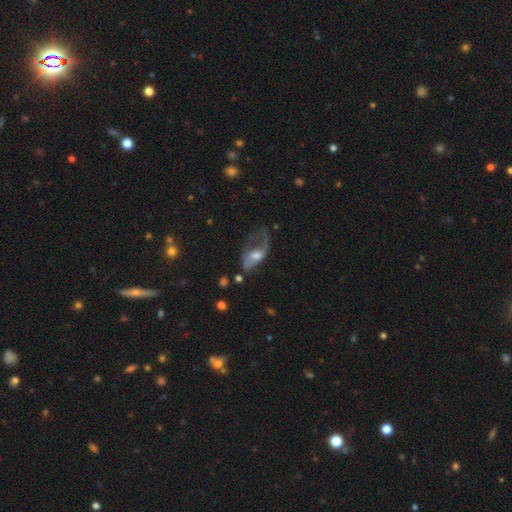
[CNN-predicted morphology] type=featured or disk (64%); edge-on=no (92%); bar=no (52%); spiral arms=yes (72%); bulge=moderate (58%); merging=major disturbance (46%).